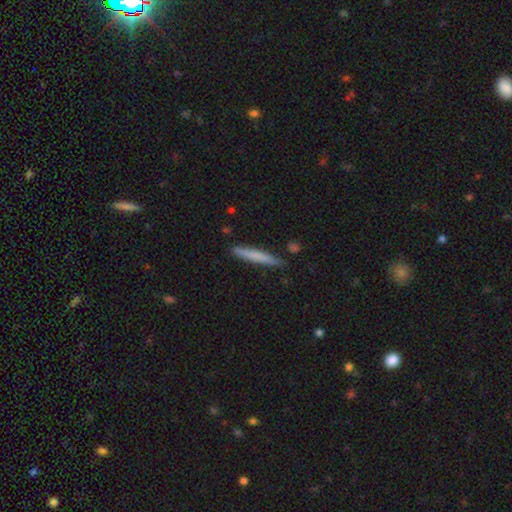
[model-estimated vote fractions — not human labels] This is likely a smooth galaxy (68%). How rounded: clearly cigar-shaped (96%). Merging: clearly none (86%).